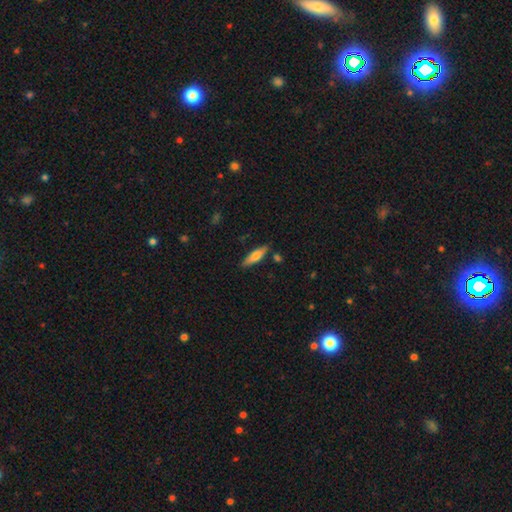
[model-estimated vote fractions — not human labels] Smooth or featured? smooth (66%)
How rounded? cigar-shaped (62%)
Merging? none (83%)